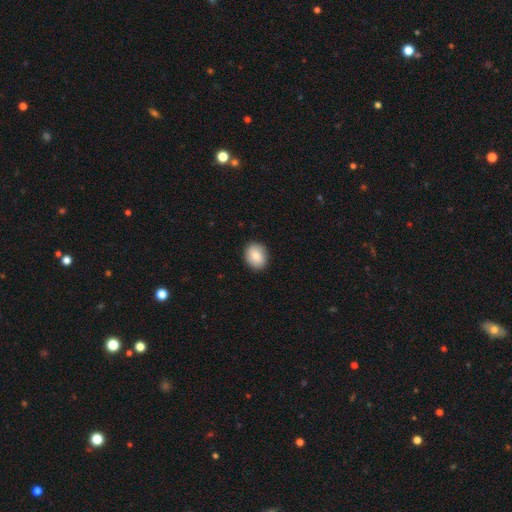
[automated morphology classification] The model was most divided on "how rounded": round: 56%, in between: 43%, cigar-shaped: 1%. More confident: merging — none (89%); smooth or featured — smooth (81%).